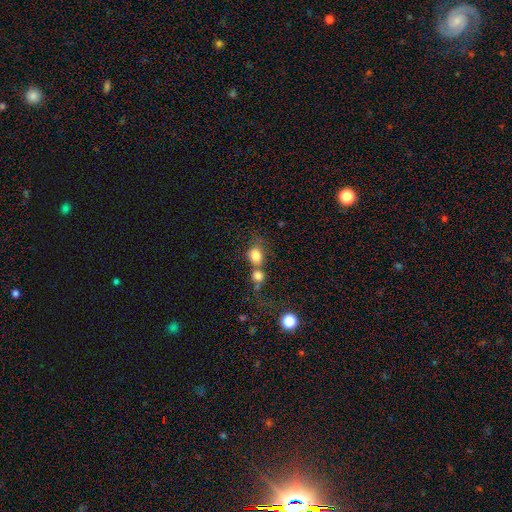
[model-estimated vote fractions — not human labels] Smooth or featured? Predicted: smooth (p=0.80). How rounded? Predicted: round (p=0.51). Merging? Predicted: merger (p=0.51).